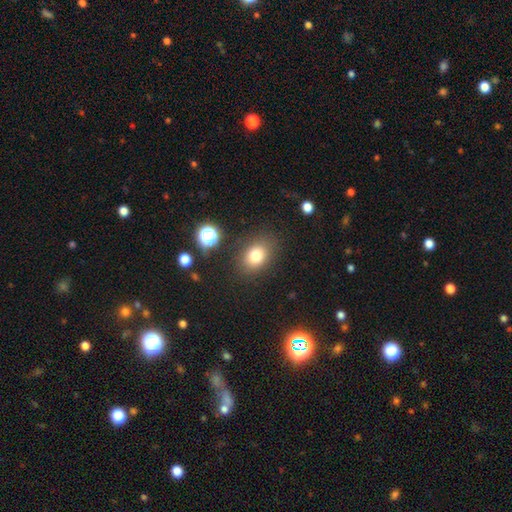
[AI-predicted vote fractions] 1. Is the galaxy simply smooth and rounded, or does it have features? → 78% smooth, 13% star or artifact, 9% featured or disk.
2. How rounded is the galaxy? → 63% in between, 35% round, 1% cigar-shaped.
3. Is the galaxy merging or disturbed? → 82% none, 11% minor disturbance, 4% major disturbance, 2% merger.